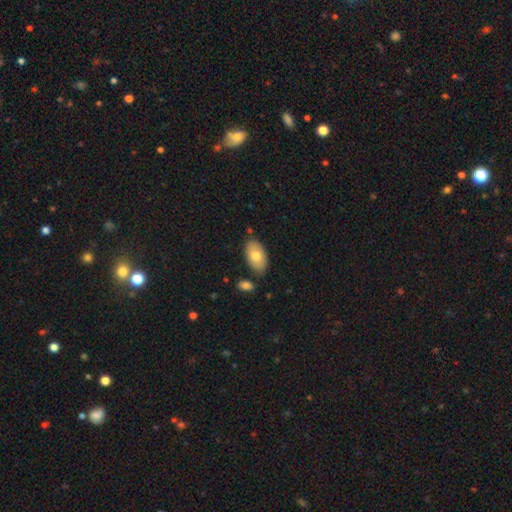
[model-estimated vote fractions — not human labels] Smooth or featured? smooth (76%)
How rounded? in between (95%)
Merging? none (79%)